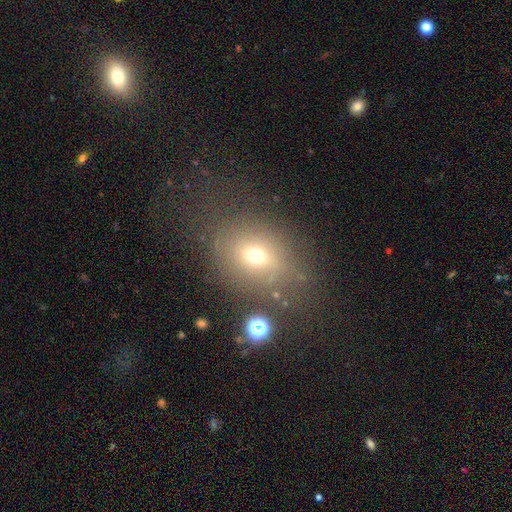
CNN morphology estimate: This is likely a smooth galaxy (64%). How rounded: possibly round (51%). Merging: likely none (70%).